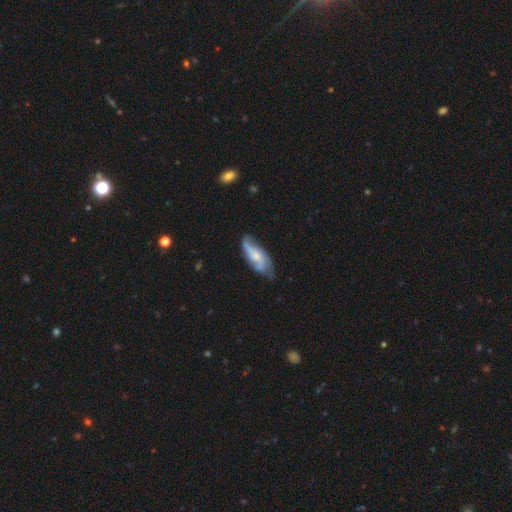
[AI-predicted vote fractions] A featured or disk galaxy (66%) with no bar (62%), 2 (56%) medium (42%) spiral arms (89%) and a small central bulge (43%). Merging: none (55%).